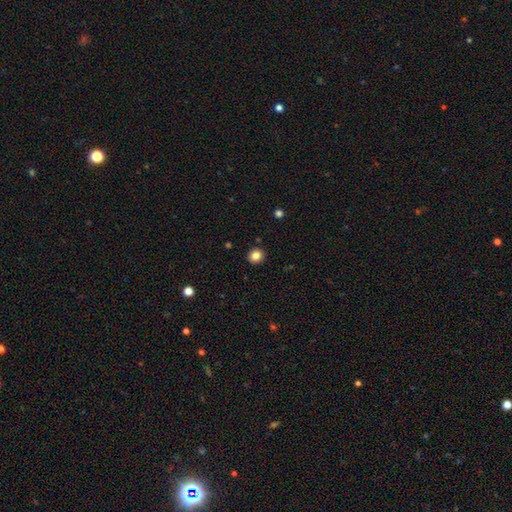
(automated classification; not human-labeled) A smooth galaxy with no disk features (83%) that is round (84%). Merging: none (91%).